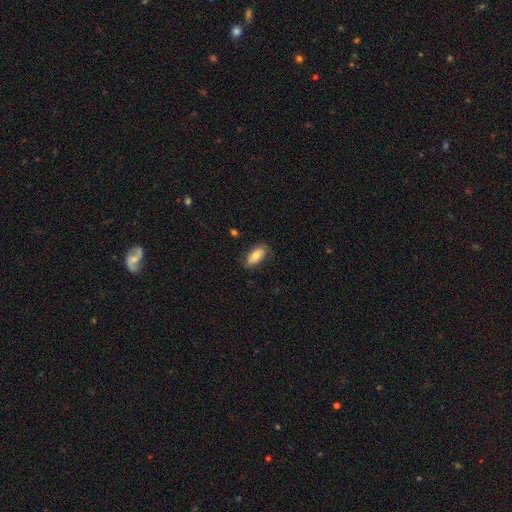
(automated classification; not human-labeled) Smooth or featured? smooth (69%)
How rounded? in between (92%)
Merging? none (76%)